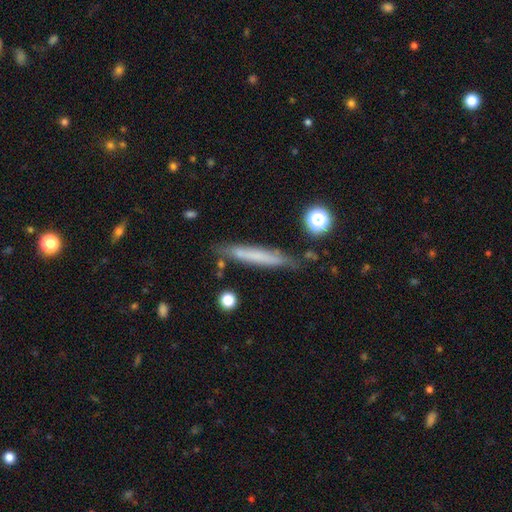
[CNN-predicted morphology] type=smooth (57%); roundness=cigar-shaped (94%); merging=none (79%).